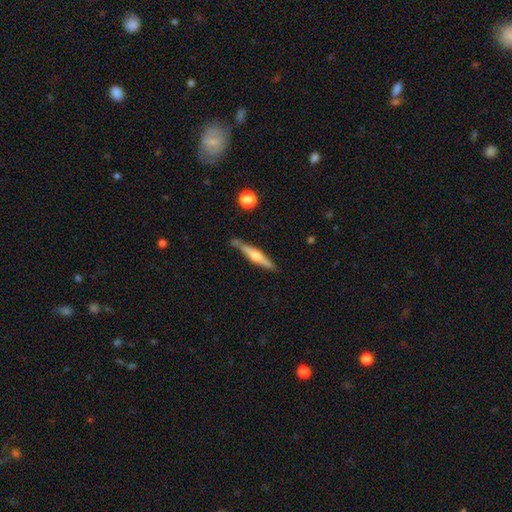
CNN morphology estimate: smooth_or_featured: featured or disk (p=0.58) [alt: smooth p=0.36]
disk_edge_on: yes (p=0.96) [alt: no p=0.04]
edge_on_bulge: rounded (p=0.86) [alt: boxy p=0.07]
merging: none (p=0.77) [alt: minor disturbance p=0.14]